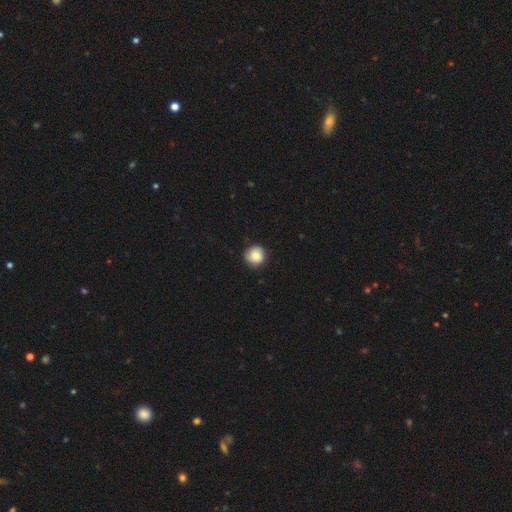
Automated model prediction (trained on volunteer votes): smooth-or-featured: smooth: 78% | featured or disk: 14% | star or artifact: 8%
  how-rounded: round: 92% | in between: 7% | cigar-shaped: 1%
  merging: none: 82% | minor disturbance: 14% | major disturbance: 3% | merger: 1%